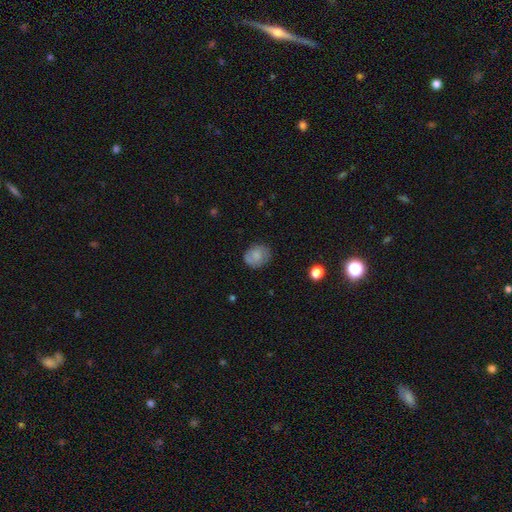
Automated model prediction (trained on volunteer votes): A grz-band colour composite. It shows a smooth galaxy with no disk features (76%) that is round (64%). Merging: none (74%).